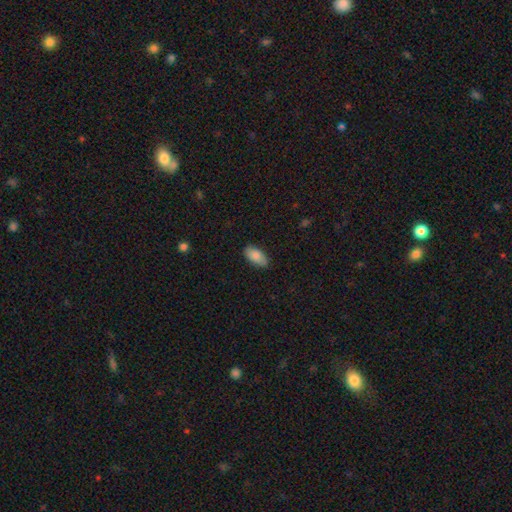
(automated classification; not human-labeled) Smooth or featured? smooth (85%)
How rounded? in between (93%)
Merging? none (84%)